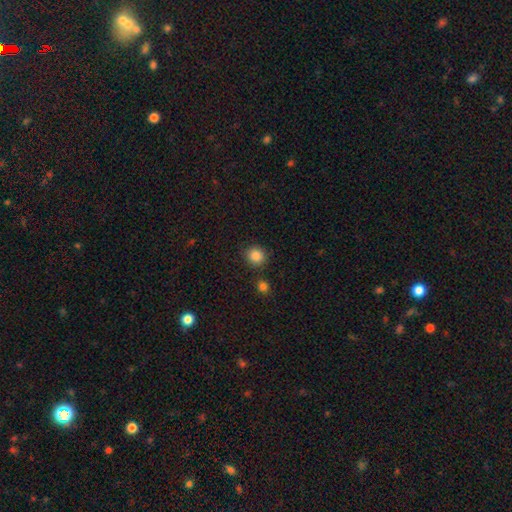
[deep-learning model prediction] A smooth galaxy with no disk features (86%) that is round (87%).

Vote fractions:
- Smooth or featured? smooth: 86% / star or artifact: 10% / featured or disk: 4%
- How rounded? round: 87% / in between: 12% / cigar-shaped: 1%
- Merging? none: 85% / minor disturbance: 8% / merger: 4% / major disturbance: 3%